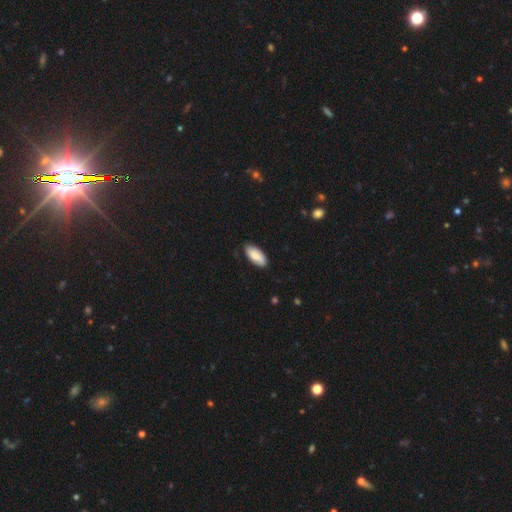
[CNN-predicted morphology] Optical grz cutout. It shows a smooth galaxy with no disk features (80%) that is in between round and cigar-shaped (89%). Merging: none (82%).